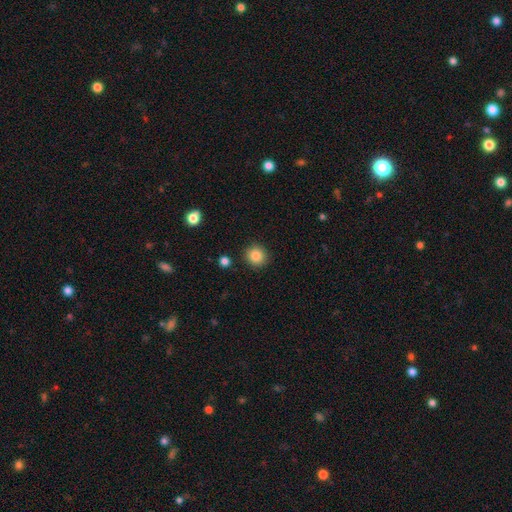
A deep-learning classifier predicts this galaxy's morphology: Q: Smooth or featured?
A: smooth (86%); runner-up: star or artifact (10%)
Q: How rounded?
A: round (90%); runner-up: in between (10%)
Q: Merging?
A: none (89%); runner-up: minor disturbance (7%)